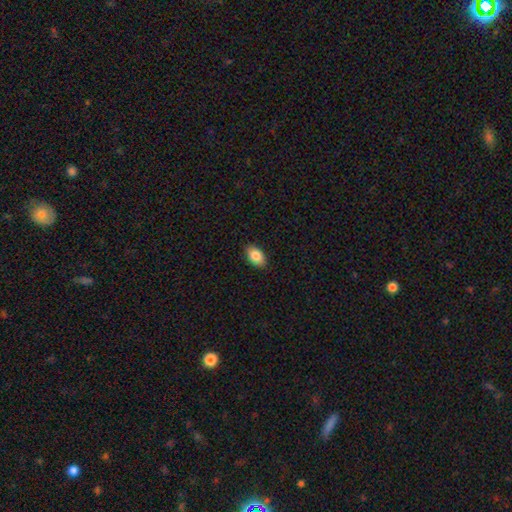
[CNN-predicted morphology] smooth 86%, star or artifact 7%, featured or disk 7%. Down the decision tree: how rounded — in between (92%); merging — none (89%).